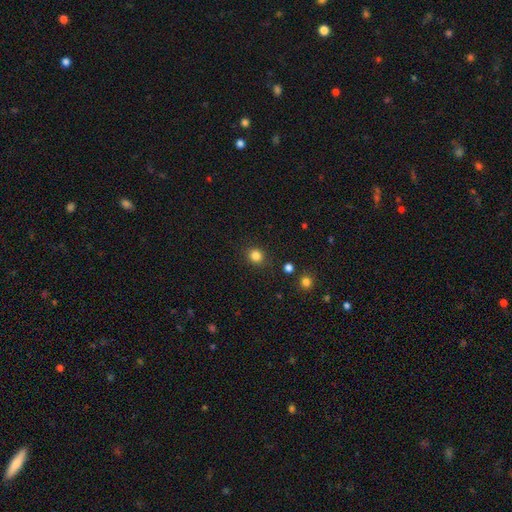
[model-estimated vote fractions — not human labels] A smooth galaxy with no disk features (83%) that is round (87%).

Vote fractions:
- Smooth or featured? smooth: 83% / star or artifact: 13% / featured or disk: 4%
- How rounded? round: 87% / in between: 12% / cigar-shaped: 1%
- Merging? none: 88% / minor disturbance: 8% / major disturbance: 3% / merger: 2%